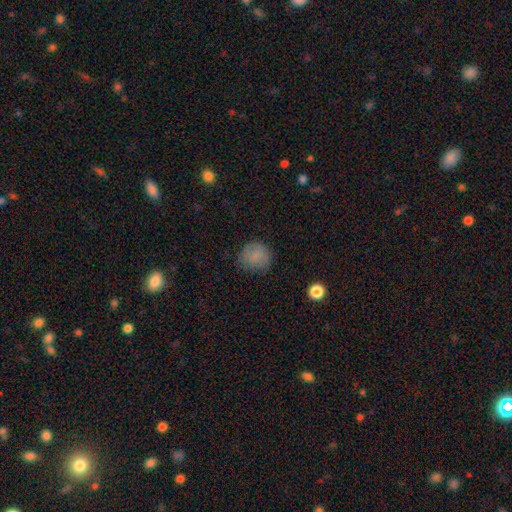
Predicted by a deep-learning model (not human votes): Morphology: type=smooth (80%); roundness=round (86%); merging=none (75%).